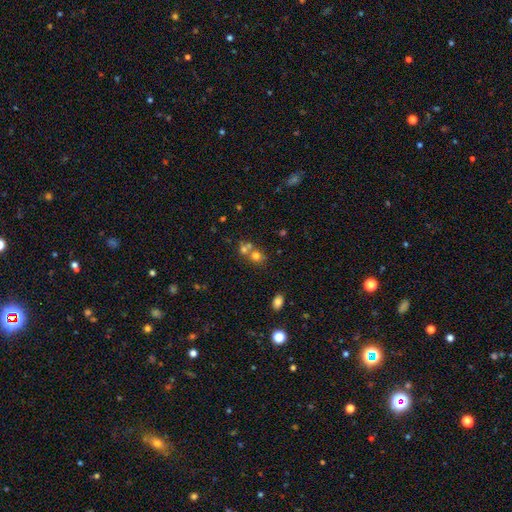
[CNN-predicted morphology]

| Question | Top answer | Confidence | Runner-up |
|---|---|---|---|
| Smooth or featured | smooth | 65% | star or artifact (18%) |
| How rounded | round | 77% | in between (21%) |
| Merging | merger | 51% | none (38%) |